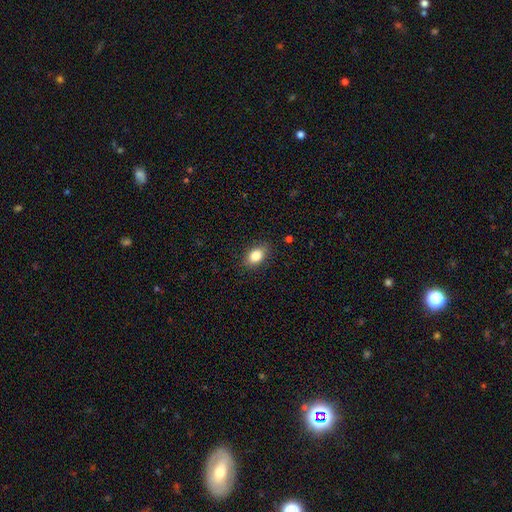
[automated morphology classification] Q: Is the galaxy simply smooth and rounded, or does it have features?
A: smooth — 84%.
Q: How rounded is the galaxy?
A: in between — 82%.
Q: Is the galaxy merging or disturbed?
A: none — 85%.